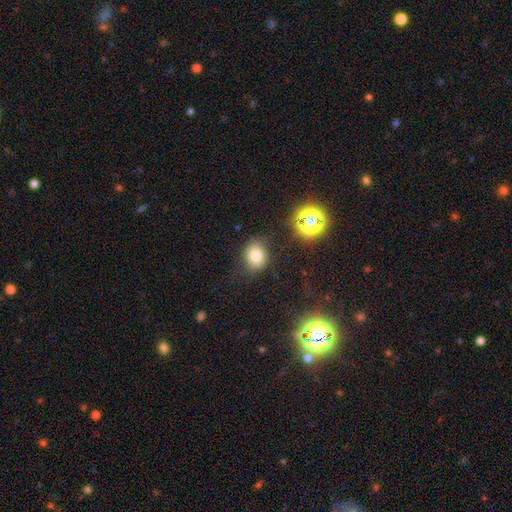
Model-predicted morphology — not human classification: This appears to be a smooth galaxy with no disk features (77%) that is round (58%). Merging: none (81%).